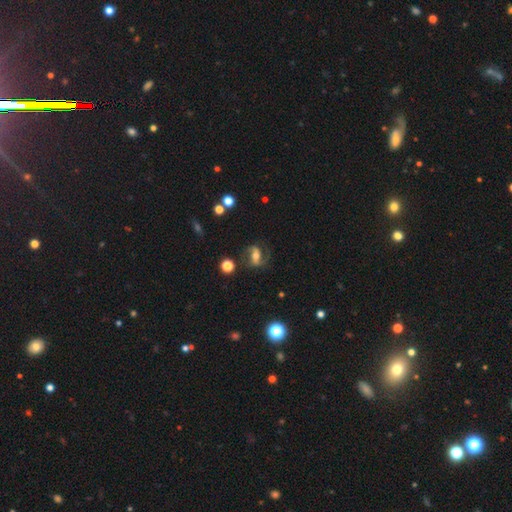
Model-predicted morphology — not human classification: Smooth or featured? featured or disk (75%)
Edge-on disk? no (94%)
Bar? strong (47%)
Spiral arms? yes (91%)
Spiral winding? medium (45%)
Spiral arm count? 2 (88%)
Bulge size? moderate (61%)
Merging? none (73%)